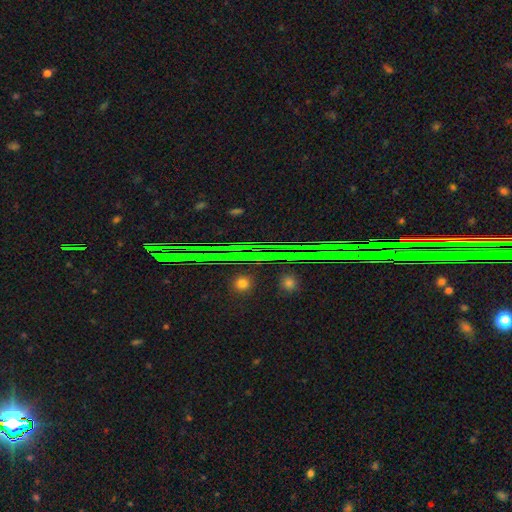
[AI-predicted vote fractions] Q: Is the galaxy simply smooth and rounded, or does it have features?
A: star or artifact — 85%.